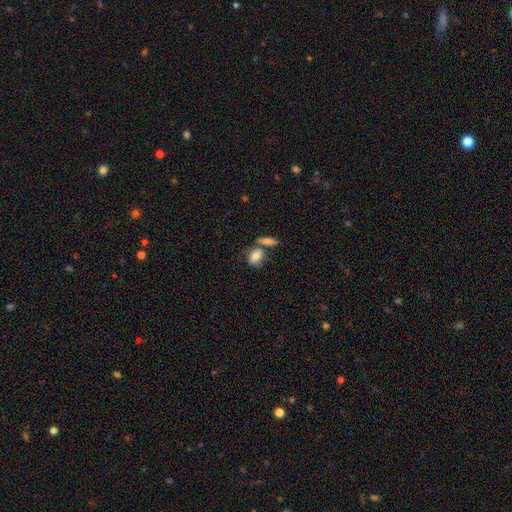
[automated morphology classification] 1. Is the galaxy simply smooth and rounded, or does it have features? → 72% smooth, 20% featured or disk, 8% star or artifact.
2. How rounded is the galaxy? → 69% in between, 26% round, 5% cigar-shaped.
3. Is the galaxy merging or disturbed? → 42% none, 34% merger, 16% minor disturbance, 8% major disturbance.